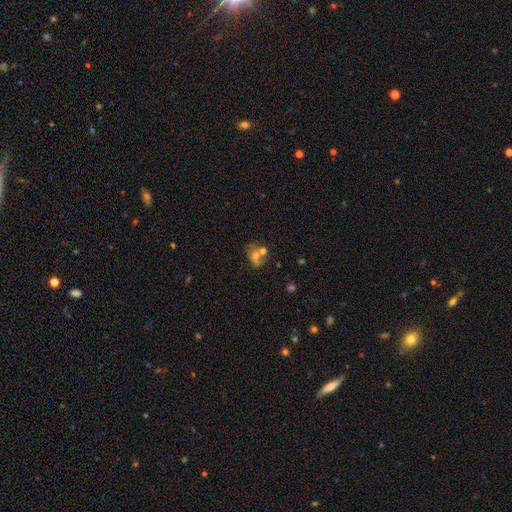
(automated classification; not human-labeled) This is possibly a smooth galaxy (59%). How rounded: possibly in between (58%). Merging: possibly merger (47%).